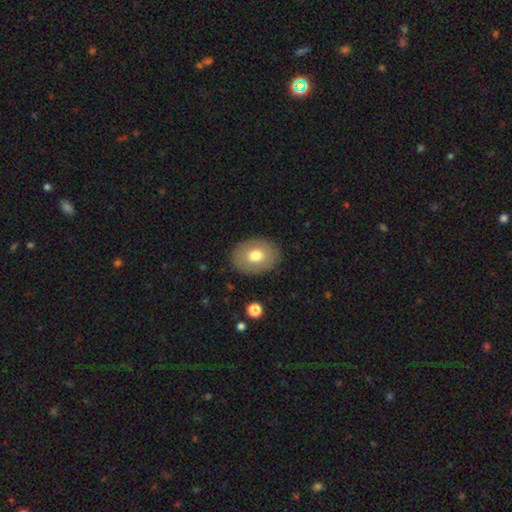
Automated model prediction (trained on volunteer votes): The model was most divided on "how rounded": in between: 68%, round: 31%, cigar-shaped: 1%. More confident: merging — none (88%); smooth or featured — smooth (73%).